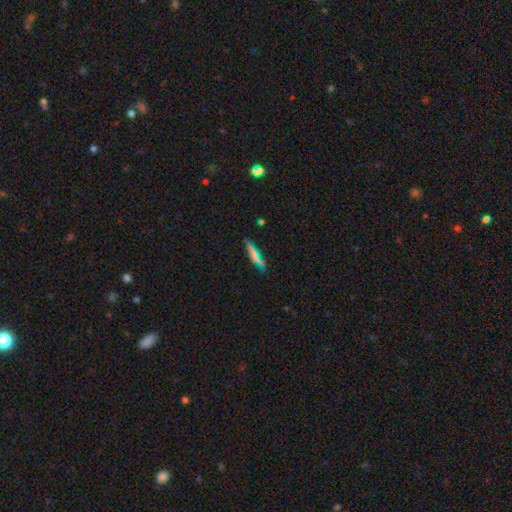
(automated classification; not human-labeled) Morphology: type=smooth (62%); roundness=cigar-shaped (84%); merging=none (78%).